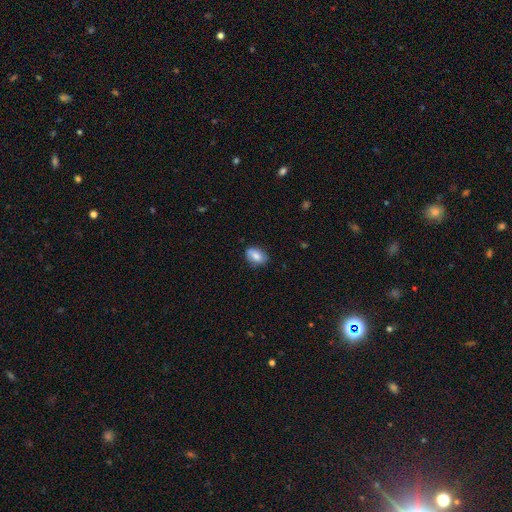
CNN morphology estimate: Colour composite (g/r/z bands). It shows a smooth galaxy with no disk features (76%) that is in between round and cigar-shaped (83%). Merging: none (76%).